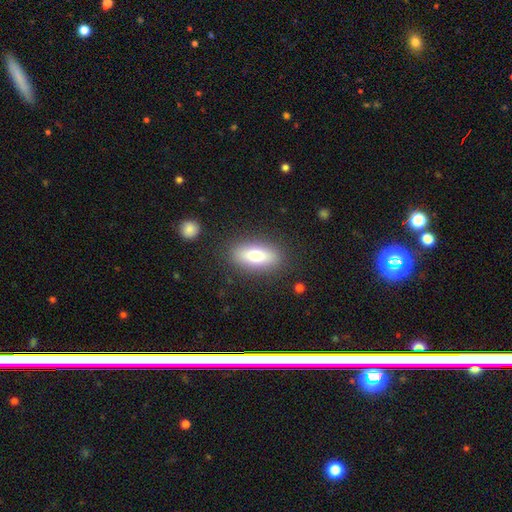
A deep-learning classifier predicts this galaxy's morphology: Smooth or featured: smooth — 76% (featured or disk — 17%)
How rounded: in between — 80% (cigar-shaped — 16%)
Merging: none — 85% (minor disturbance — 10%)